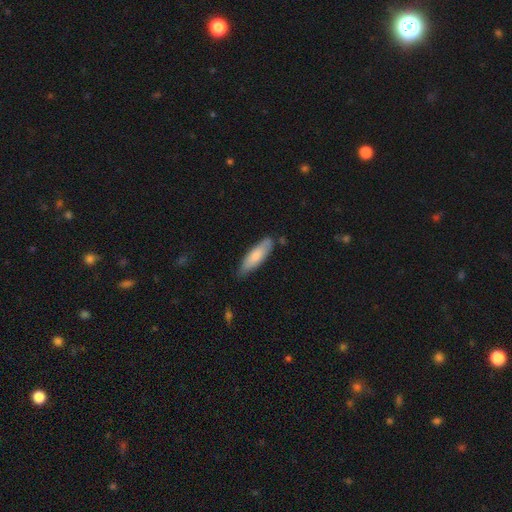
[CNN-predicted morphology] Overall: smooth (77%). How rounded: cigar-shaped (54%; in between 44%). Merging: none (74%).